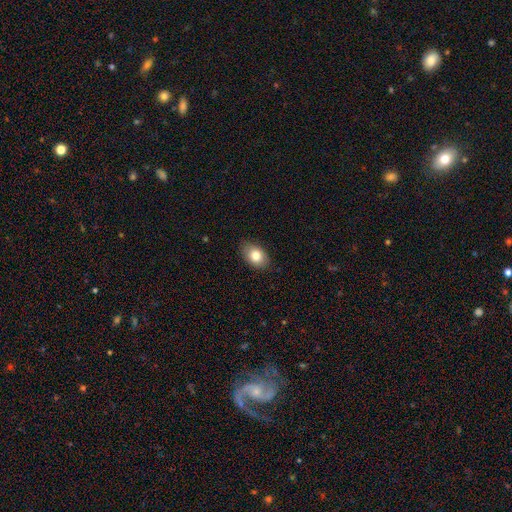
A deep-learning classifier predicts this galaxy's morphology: A smooth galaxy with no disk features (81%) that is in between round and cigar-shaped (82%). Merging: none (85%).